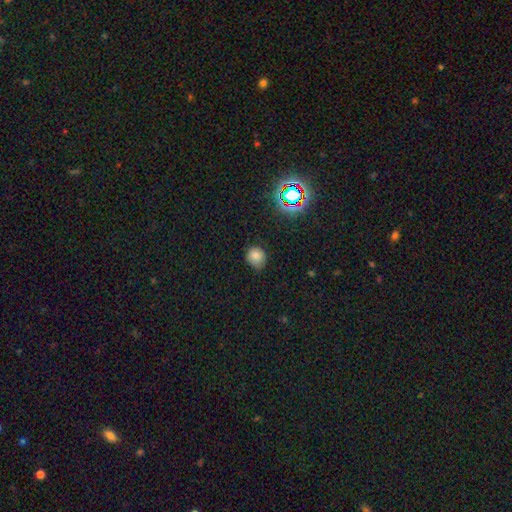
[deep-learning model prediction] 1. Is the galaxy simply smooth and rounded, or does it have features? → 77% smooth, 16% star or artifact, 7% featured or disk.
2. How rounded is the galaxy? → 74% round, 25% in between, 1% cigar-shaped.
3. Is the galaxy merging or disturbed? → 71% none, 23% minor disturbance, 4% major disturbance, 2% merger.